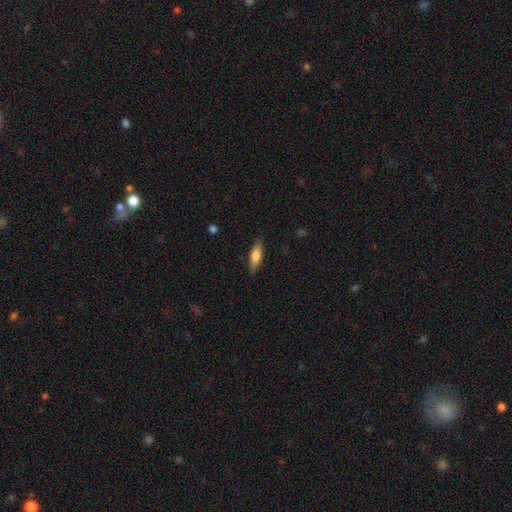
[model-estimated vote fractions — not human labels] Overall: smooth (65%; featured or disk 29%). How rounded: cigar-shaped (52%; in between 46%). Merging: none (86%).